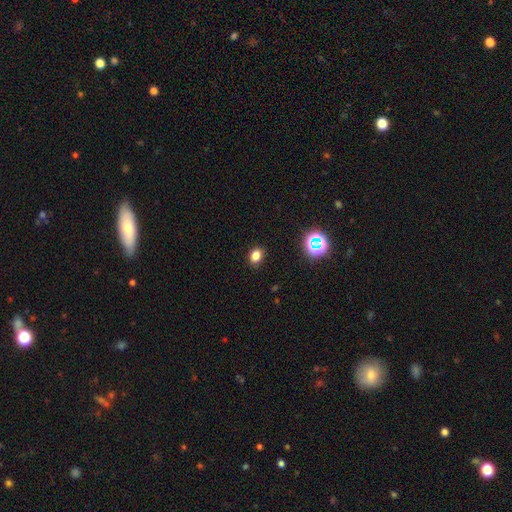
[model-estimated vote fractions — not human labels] Smooth or featured? Predicted: smooth (p=0.80). How rounded? Predicted: in between (p=0.62). Merging? Predicted: none (p=0.89).